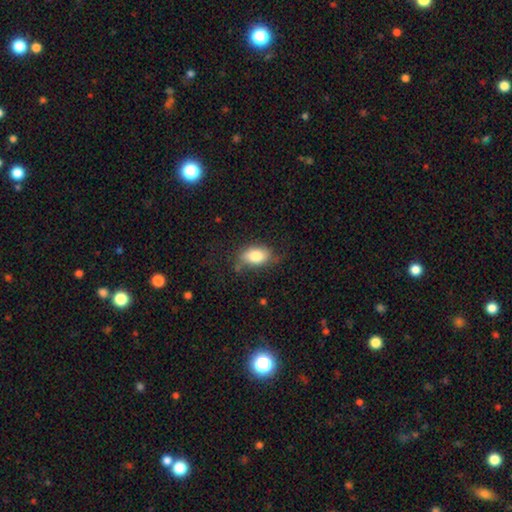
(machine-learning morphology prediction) A smooth galaxy with no disk features (80%) that is in between round and cigar-shaped (89%). Merging: none (68%).